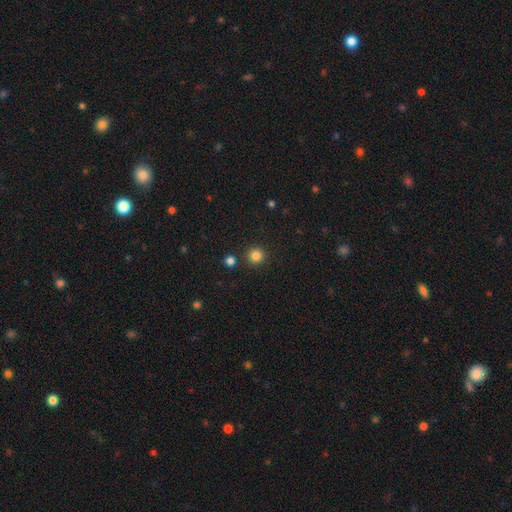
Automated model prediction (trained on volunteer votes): The model was most divided on "smooth or featured": smooth: 84%, star or artifact: 13%, featured or disk: 4%. More confident: how rounded — round (95%); merging — none (89%).